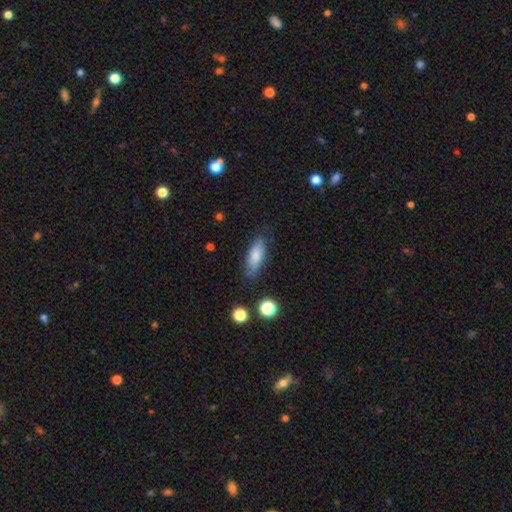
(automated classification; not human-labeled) smooth 79%, featured or disk 13%, star or artifact 8%. Down the decision tree: how rounded — in between (68%); merging — none (76%).